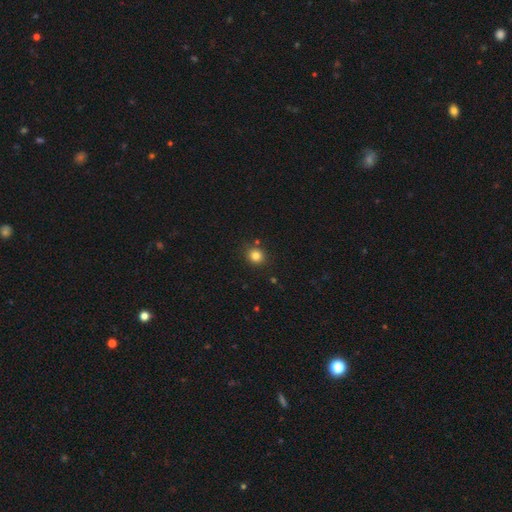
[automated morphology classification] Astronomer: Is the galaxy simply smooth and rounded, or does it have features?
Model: smooth — 83%.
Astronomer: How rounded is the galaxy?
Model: round — 80%.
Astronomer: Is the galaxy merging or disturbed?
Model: none — 85%.